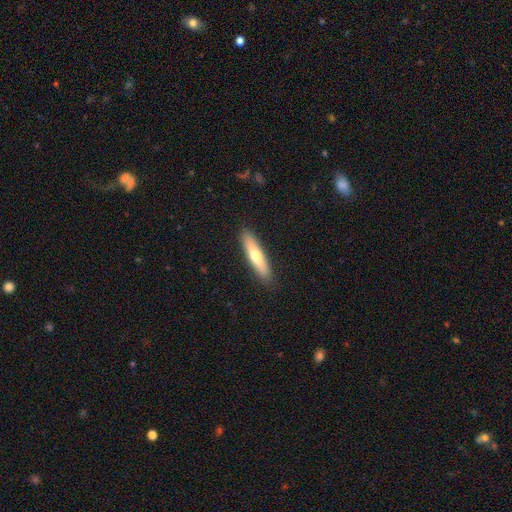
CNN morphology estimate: The model was most divided on "smooth or featured": smooth: 61%, featured or disk: 33%, star or artifact: 6%. More confident: merging — none (89%); how rounded — cigar-shaped (79%).